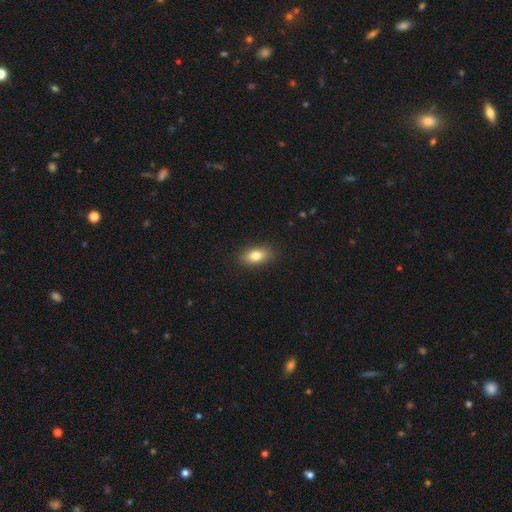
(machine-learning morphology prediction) Smooth or featured: smooth — 81% (featured or disk — 11%)
How rounded: in between — 86% (round — 8%)
Merging: none — 88% (minor disturbance — 8%)